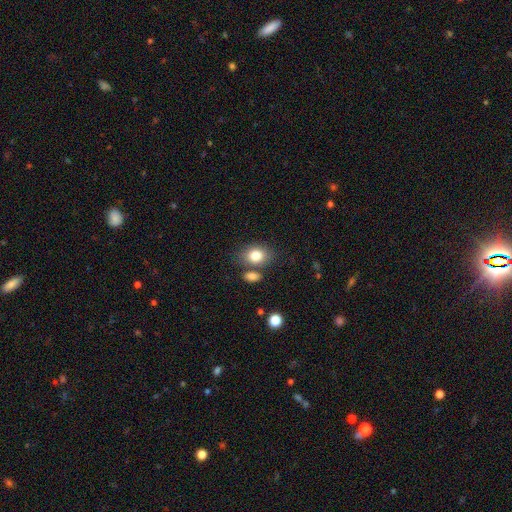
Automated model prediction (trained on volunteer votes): A smooth galaxy with no disk features (81%) that is in between round and cigar-shaped (64%).

Vote fractions:
- Smooth or featured? smooth: 81% / featured or disk: 10% / star or artifact: 9%
- How rounded? in between: 64% / round: 34% / cigar-shaped: 1%
- Merging? none: 65% / merger: 17% / minor disturbance: 14% / major disturbance: 4%